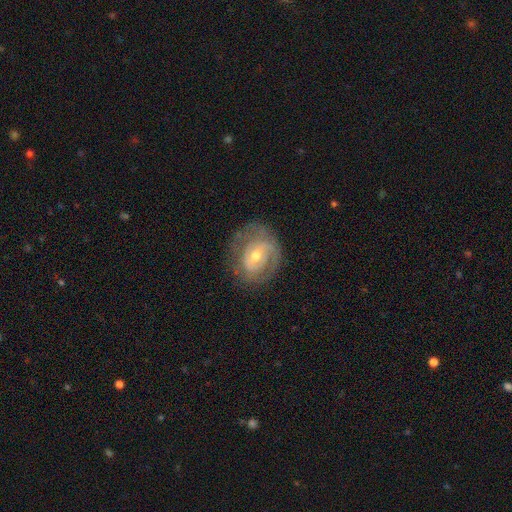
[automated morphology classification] Overall: featured or disk (74%). Edge-on disk: no (96%). Bar: weak (44%; no 39%). Spiral arms: yes (75%). Spiral arm count: 2 (45%; can't tell 30%). Spiral winding: tight (58%; medium 30%). Bulge size: moderate (63%; small 32%). Merging: none (69%).